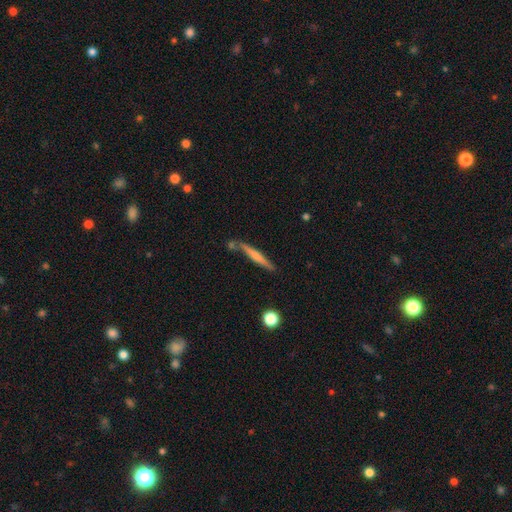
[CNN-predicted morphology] Smooth or featured? Predicted: smooth (p=0.51). How rounded? Predicted: cigar-shaped (p=0.94). Merging? Predicted: none (p=0.75).